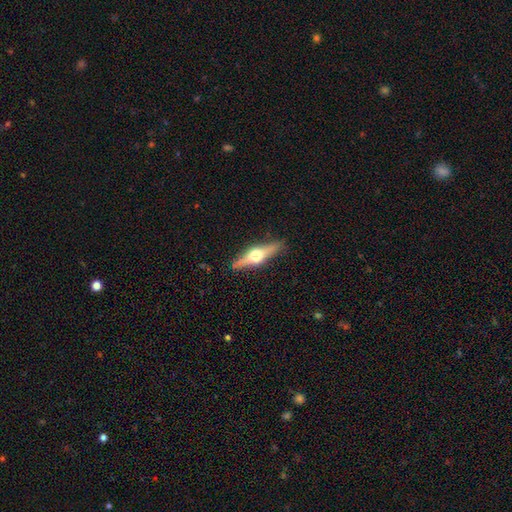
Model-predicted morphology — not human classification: Smooth or featured? Predicted: featured or disk (p=0.72). Edge-on disk? Predicted: yes (p=0.97). Edge-on bulge? Predicted: rounded (p=0.96). Merging? Predicted: none (p=0.89).